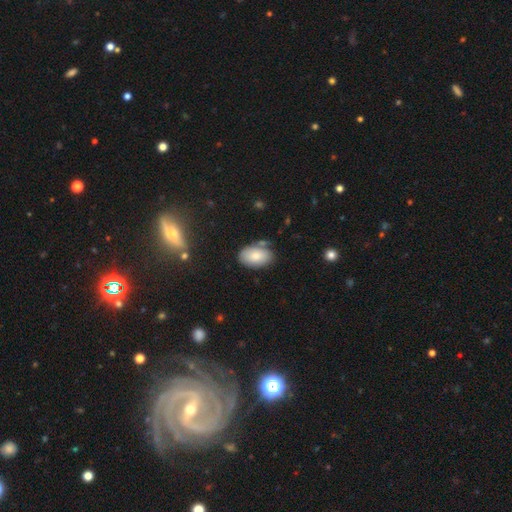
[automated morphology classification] Smooth or featured? Predicted: smooth (p=0.81). How rounded? Predicted: in between (p=0.92). Merging? Predicted: none (p=0.72).